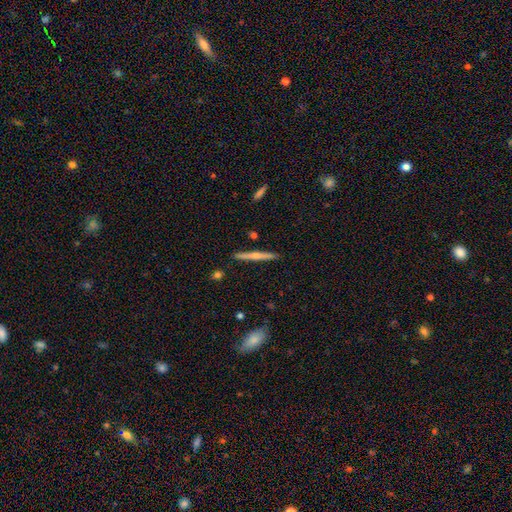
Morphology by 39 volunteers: type=featured or disk (72%); edge-on=yes (96%); edge-on bulge=rounded (93%); merging=none (97%).